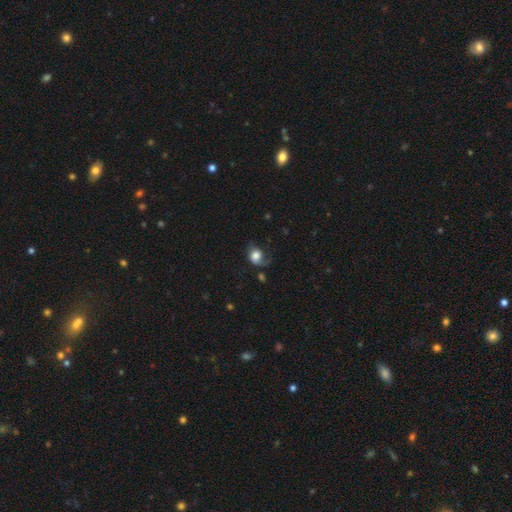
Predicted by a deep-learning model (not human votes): Q: Smooth or featured?
A: smooth (62%); runner-up: featured or disk (29%)
Q: How rounded?
A: round (53%); runner-up: in between (46%)
Q: Merging?
A: major disturbance (37%); runner-up: none (33%)